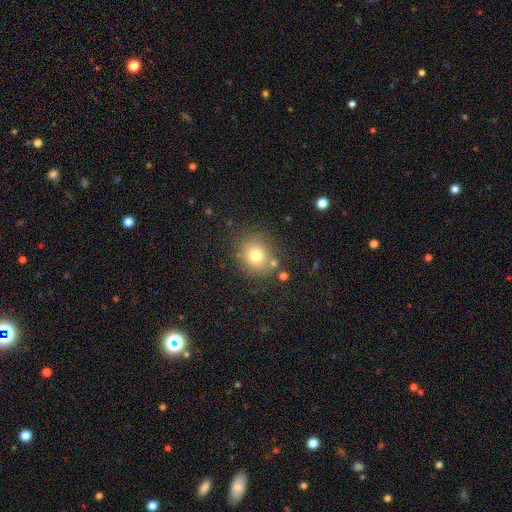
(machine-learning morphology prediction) smooth_or_featured: smooth (p=0.75) [alt: star or artifact p=0.14]
how_rounded: round (p=0.80) [alt: in between p=0.19]
merging: none (p=0.77) [alt: minor disturbance p=0.11]